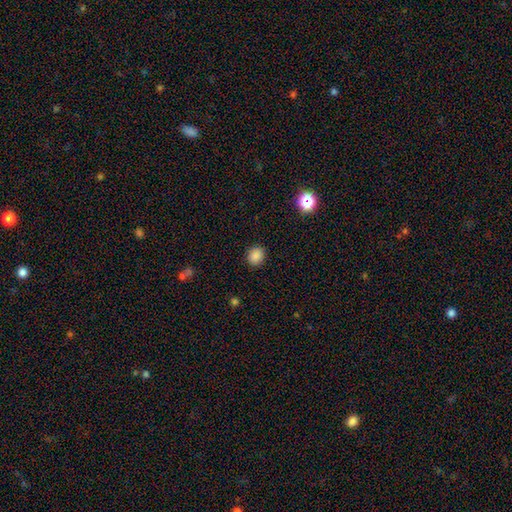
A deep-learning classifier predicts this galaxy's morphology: Overall: smooth (86%). How rounded: round (67%; in between 32%). Merging: none (90%).